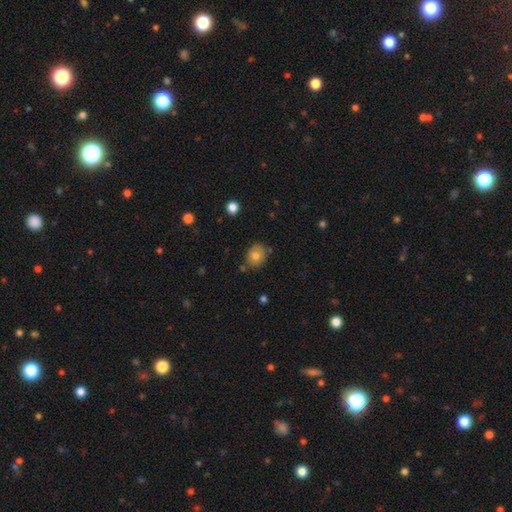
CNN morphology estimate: smooth-or-featured: smooth: 75% | featured or disk: 16% | star or artifact: 10%
  how-rounded: round: 62% | in between: 37% | cigar-shaped: 1%
  merging: none: 75% | minor disturbance: 16% | merger: 5% | major disturbance: 3%